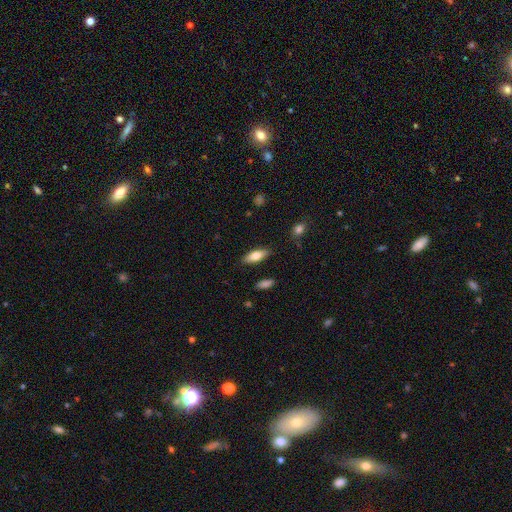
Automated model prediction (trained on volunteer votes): A smooth galaxy with no disk features (75%) that is in between round and cigar-shaped (69%). Merging: none (86%).